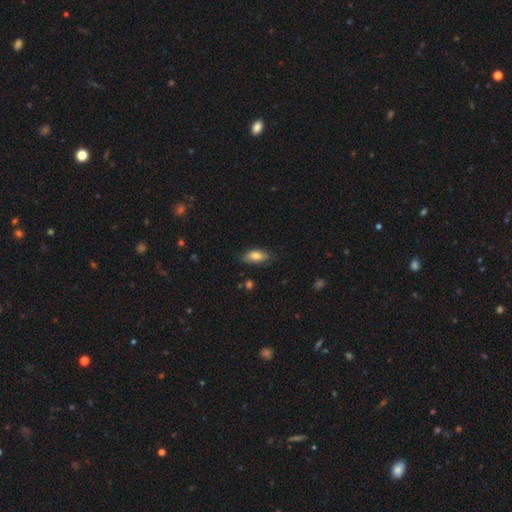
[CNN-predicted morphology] A smooth galaxy with no disk features (80%) that is in between round and cigar-shaped (86%).

Vote fractions:
- Smooth or featured? smooth: 80% / featured or disk: 13% / star or artifact: 7%
- How rounded? in between: 86% / cigar-shaped: 11% / round: 3%
- Merging? none: 75% / minor disturbance: 20% / major disturbance: 4% / merger: 1%